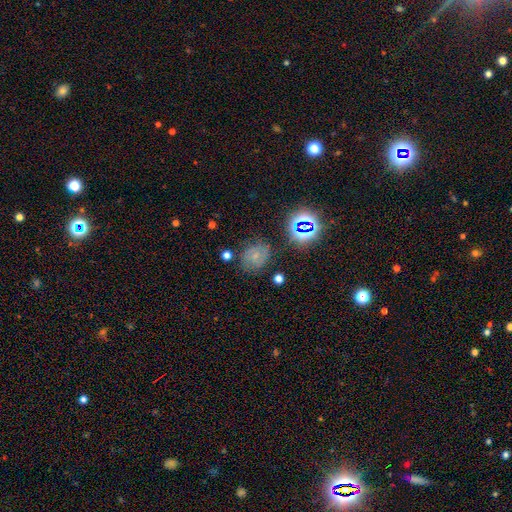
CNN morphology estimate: A featured or disk galaxy (44%).

Vote fractions:
- Smooth or featured? featured or disk: 44% / smooth: 31% / star or artifact: 26%
- Merging? none: 72% / minor disturbance: 18% / major disturbance: 6% / merger: 3%